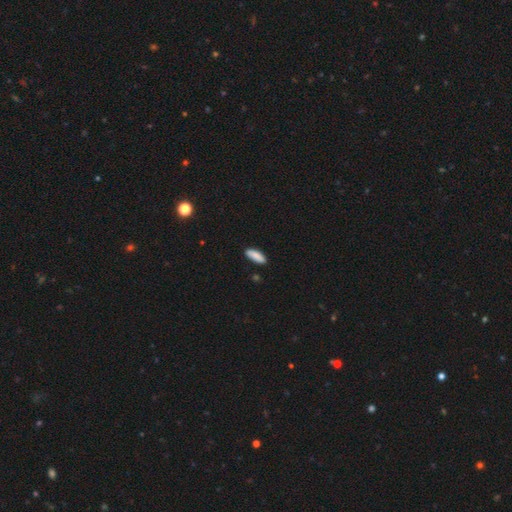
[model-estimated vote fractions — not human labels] Morphology: type=smooth (87%); roundness=in between (60%); merging=none (85%).